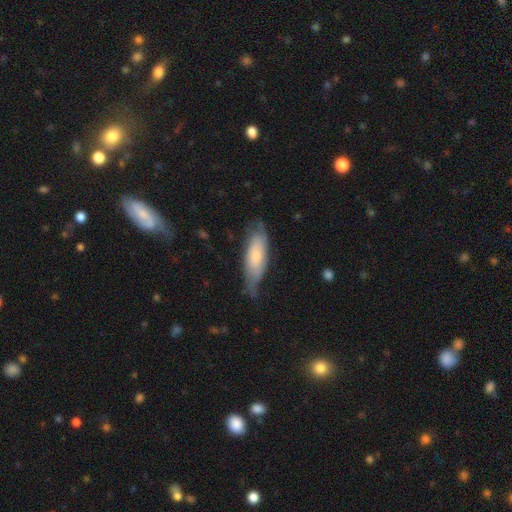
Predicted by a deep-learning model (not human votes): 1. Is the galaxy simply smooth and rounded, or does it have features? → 59% smooth, 35% featured or disk, 6% star or artifact.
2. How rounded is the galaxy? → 58% in between, 40% cigar-shaped, 2% round.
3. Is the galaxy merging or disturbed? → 58% none, 32% minor disturbance, 8% major disturbance, 2% merger.